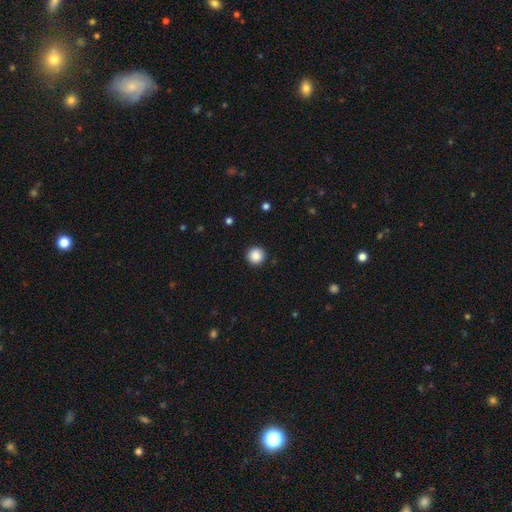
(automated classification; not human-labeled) smooth-or-featured: smooth: 88% | star or artifact: 9% | featured or disk: 3%
  how-rounded: round: 96% | in between: 3% | cigar-shaped: 1%
  merging: none: 92% | minor disturbance: 5% | major disturbance: 2% | merger: 1%